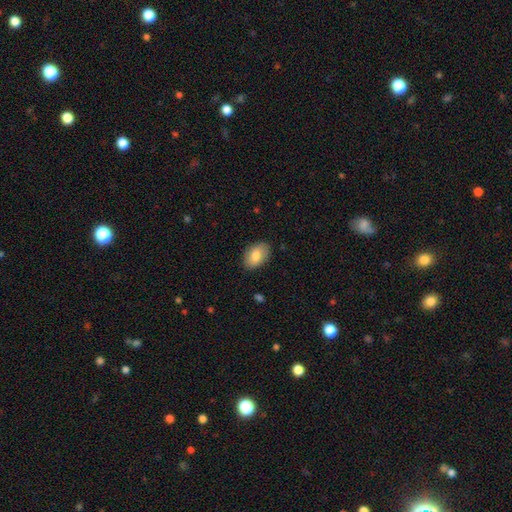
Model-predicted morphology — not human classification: A smooth galaxy with no disk features (82%) that is in between round and cigar-shaped (88%).

Vote fractions:
- Smooth or featured? smooth: 82% / featured or disk: 11% / star or artifact: 7%
- How rounded? in between: 88% / round: 11% / cigar-shaped: 1%
- Merging? none: 86% / minor disturbance: 11% / major disturbance: 2% / merger: 1%